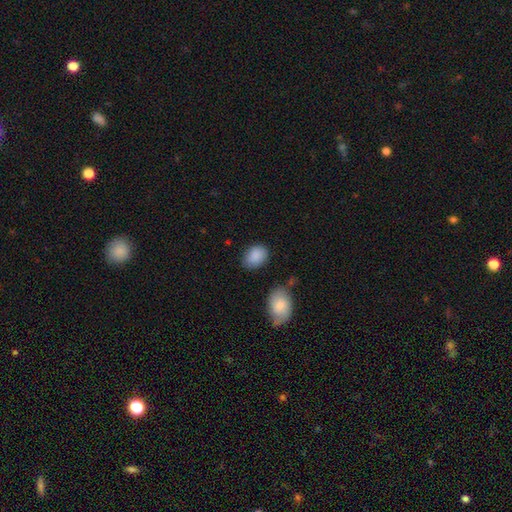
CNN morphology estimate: The model was most divided on "how rounded": in between: 78%, round: 21%, cigar-shaped: 1%. More confident: smooth or featured — smooth (88%); merging — none (75%).